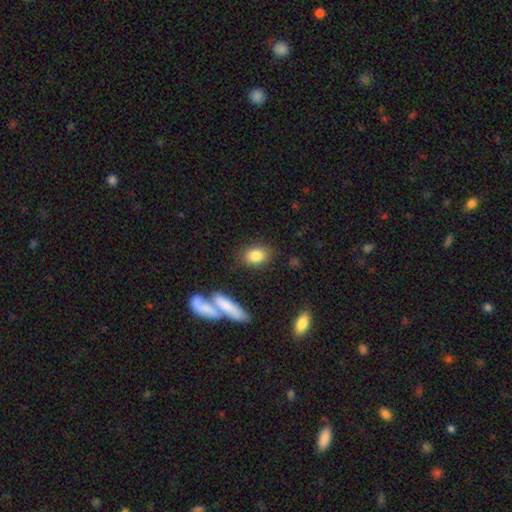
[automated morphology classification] Q: Smooth or featured?
A: smooth (83%); runner-up: featured or disk (9%)
Q: How rounded?
A: in between (71%); runner-up: round (25%)
Q: Merging?
A: none (80%); runner-up: minor disturbance (11%)